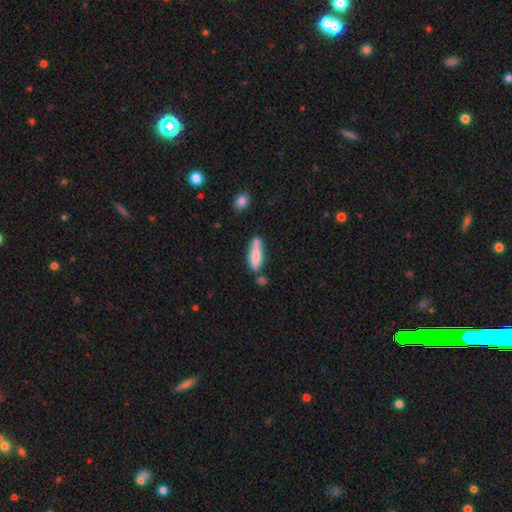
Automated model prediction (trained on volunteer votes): smooth-or-featured: smooth: 73% | featured or disk: 21% | star or artifact: 6%
  how-rounded: cigar-shaped: 56% | in between: 41% | round: 2%
  merging: none: 57% | minor disturbance: 20% | merger: 19% | major disturbance: 5%